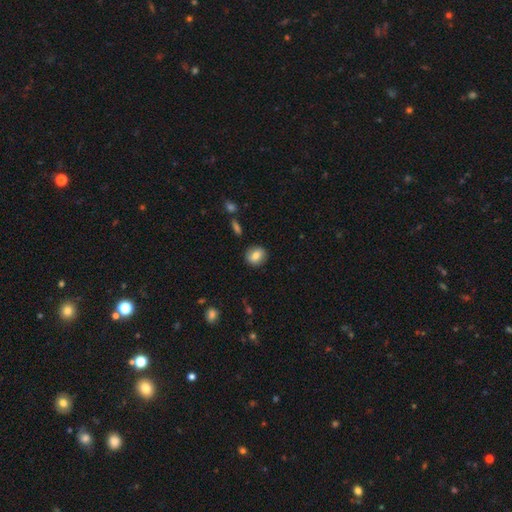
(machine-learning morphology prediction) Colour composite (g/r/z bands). It shows a smooth galaxy with no disk features (77%) that is round (75%). Merging: none (88%).